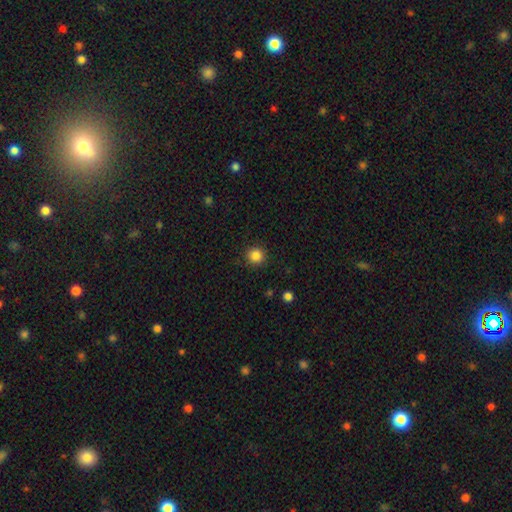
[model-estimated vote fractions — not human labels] Morphology: type=smooth (85%); roundness=round (94%); merging=none (91%).